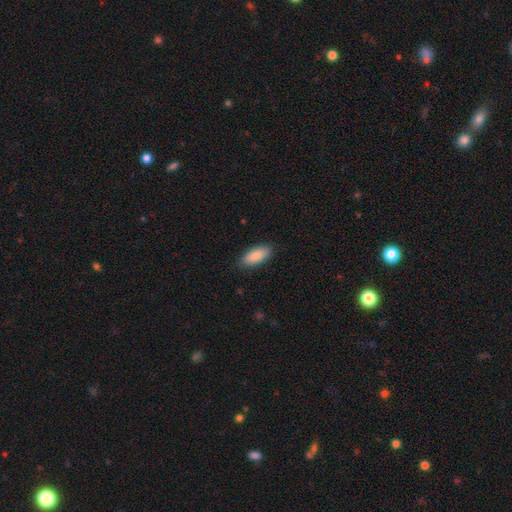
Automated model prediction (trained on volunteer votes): The model was most divided on "how rounded": in between: 83%, cigar-shaped: 15%, round: 2%. More confident: smooth or featured — smooth (89%); merging — none (87%).